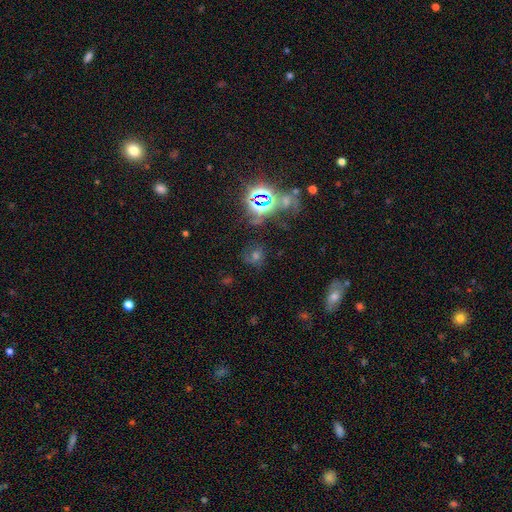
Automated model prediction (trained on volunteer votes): This appears to be a star or artifact, not a galaxy (59%).